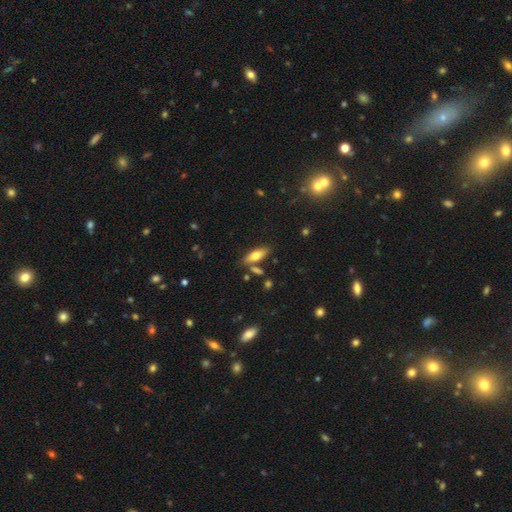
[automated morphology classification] Smooth or featured? smooth (70%)
How rounded? in between (64%)
Merging? none (75%)